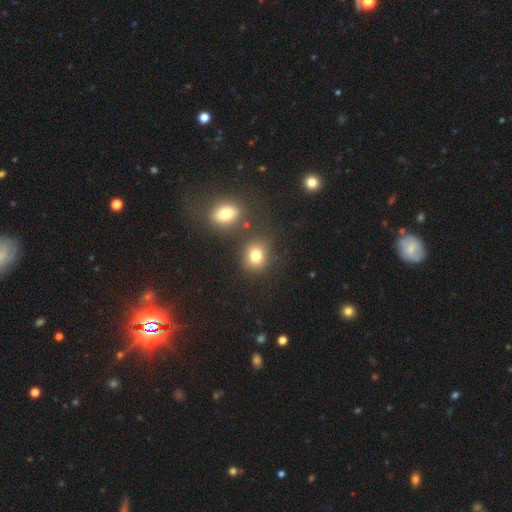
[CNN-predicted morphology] smooth 78%, star or artifact 14%, featured or disk 8%. Down the decision tree: how rounded — round (70%); merging — none (73%).